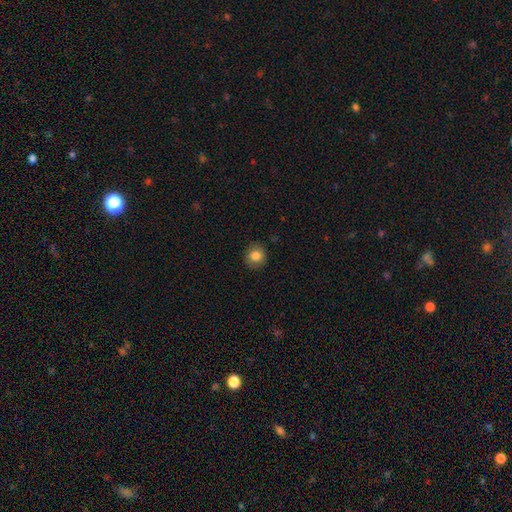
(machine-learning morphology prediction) smooth-or-featured: smooth: 83% | star or artifact: 10% | featured or disk: 7%
  how-rounded: round: 86% | in between: 13% | cigar-shaped: 1%
  merging: none: 89% | minor disturbance: 8% | major disturbance: 2% | merger: 1%